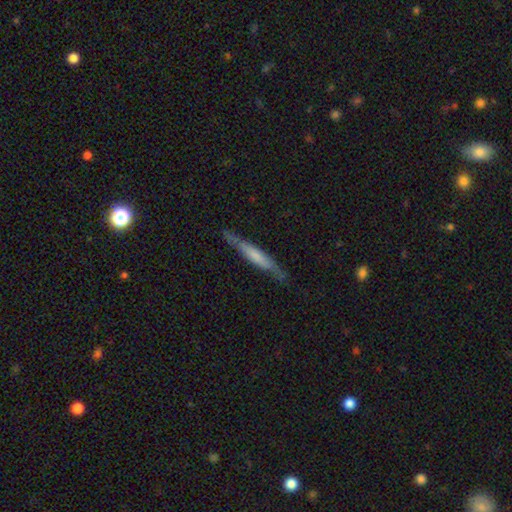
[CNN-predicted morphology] Q: Smooth or featured?
A: smooth (48%); runner-up: featured or disk (47%)
Q: Merging?
A: none (78%); runner-up: minor disturbance (16%)